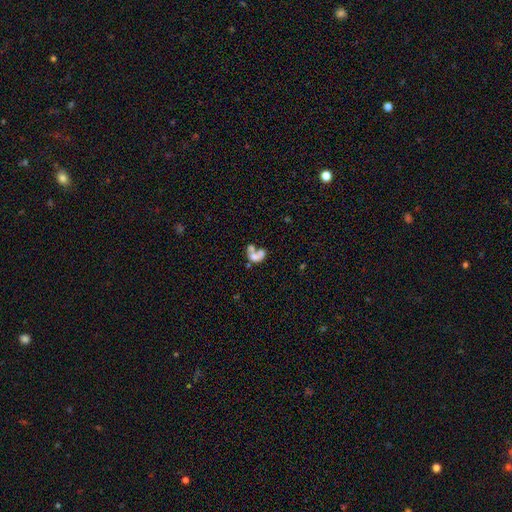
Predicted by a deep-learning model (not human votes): smooth 49%, featured or disk 39%, star or artifact 12%. Down the decision tree: merging — merger (62%).